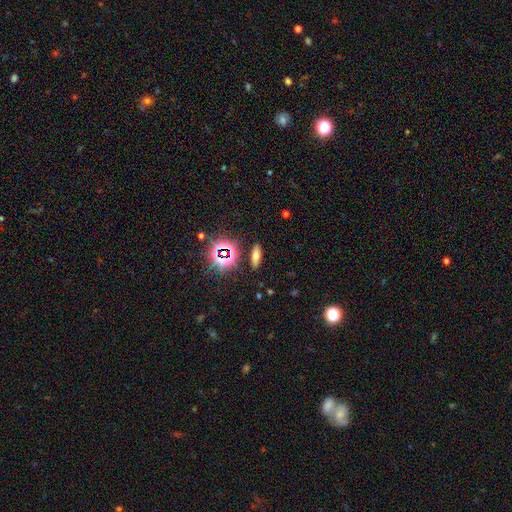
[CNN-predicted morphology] Q: Smooth or featured?
A: smooth (58%); runner-up: star or artifact (26%)
Q: How rounded?
A: in between (60%); runner-up: cigar-shaped (33%)
Q: Merging?
A: none (87%); runner-up: minor disturbance (8%)